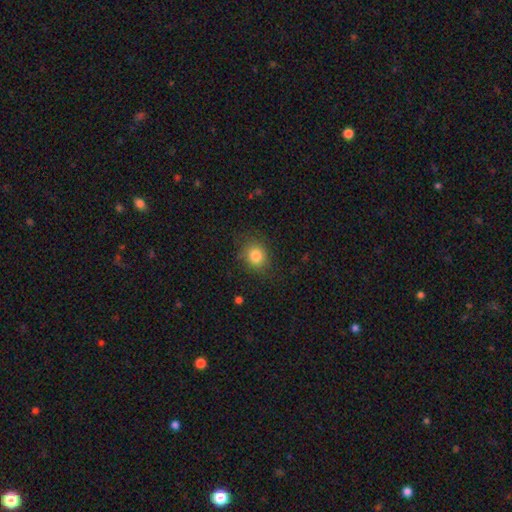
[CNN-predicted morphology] Smooth or featured: smooth — 83% (star or artifact — 10%)
How rounded: round — 67% (in between — 32%)
Merging: none — 81% (minor disturbance — 13%)